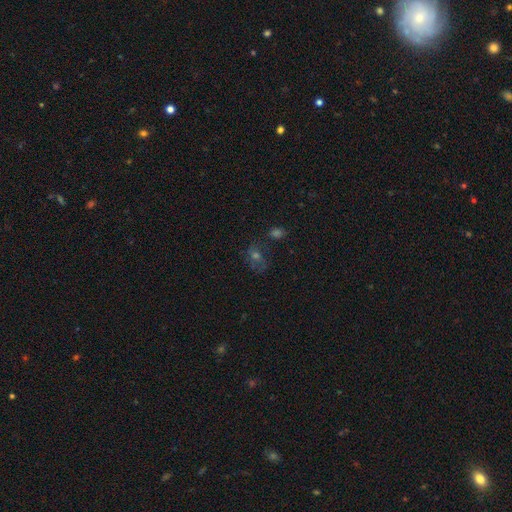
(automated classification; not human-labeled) smooth_or_featured: smooth (p=0.39) [alt: star or artifact p=0.31]
merging: none (p=0.58) [alt: minor disturbance p=0.19]